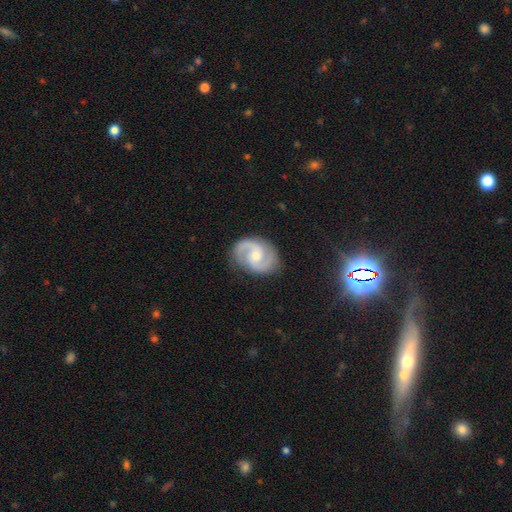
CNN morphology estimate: A featured or disk galaxy (88%) with no bar (48%), 2 (93%) medium (59%) spiral arms (97%) and a moderate central bulge (54%).

Vote fractions:
- Smooth or featured? featured or disk: 88% / smooth: 7% / star or artifact: 4%
- Edge-on disk? no: 98% / yes: 2%
- Bar? no: 48% / weak: 44% / strong: 8%
- Spiral arms? yes: 97% / no: 3%
- Spiral winding? medium: 59% / tight: 24% / loose: 17%
- Spiral arm count? 2: 93% / can't tell: 2% / 1: 2% / 3: 1% / 4: 1% / more than 4: 1%
- Bulge size? moderate: 54% / small: 40% / large: 3% / none: 2% / dominant: 1%
- Merging? none: 84% / minor disturbance: 12% / major disturbance: 3% / merger: 1%